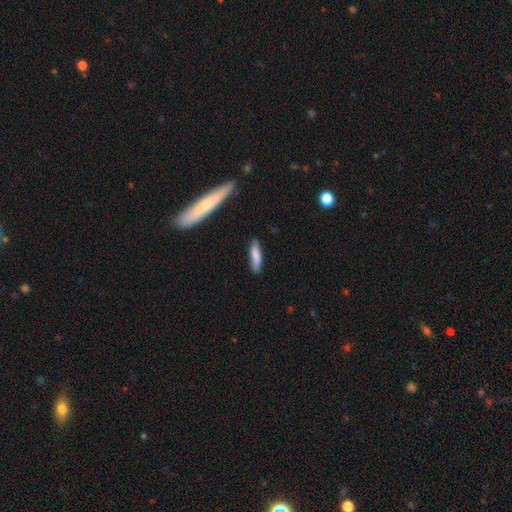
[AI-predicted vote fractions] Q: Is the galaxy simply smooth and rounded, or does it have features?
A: smooth — 81%.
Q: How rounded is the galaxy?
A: cigar-shaped — 73%.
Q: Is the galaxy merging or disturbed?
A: none — 82%.